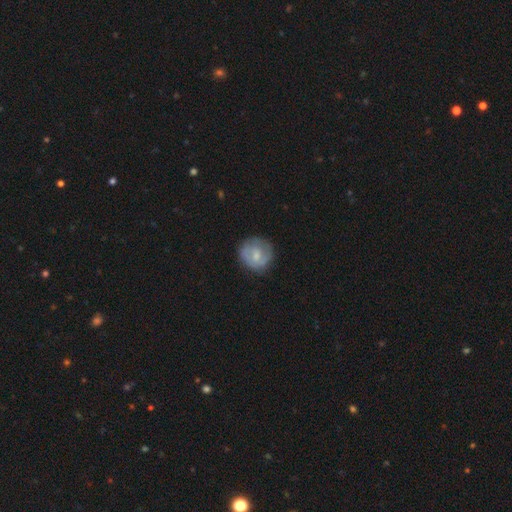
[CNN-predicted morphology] A smooth galaxy with no disk features (51%) that is round (88%).

Vote fractions:
- Smooth or featured? smooth: 51% / featured or disk: 42% / star or artifact: 6%
- How rounded? round: 88% / in between: 11% / cigar-shaped: 1%
- Merging? none: 74% / minor disturbance: 18% / major disturbance: 7% / merger: 1%